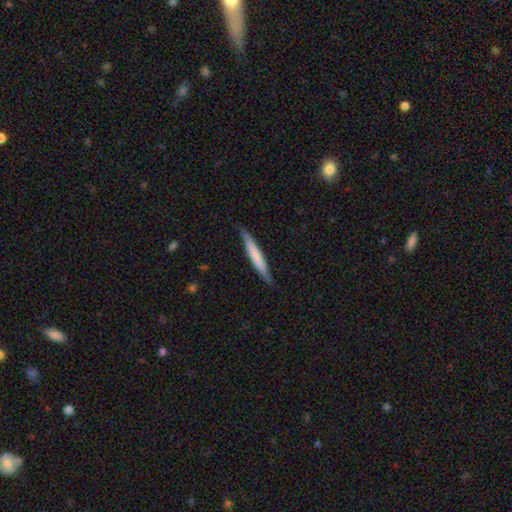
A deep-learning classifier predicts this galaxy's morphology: This appears to be a smooth galaxy with no disk features (62%) that is cigar-shaped (95%). Merging: none (86%).